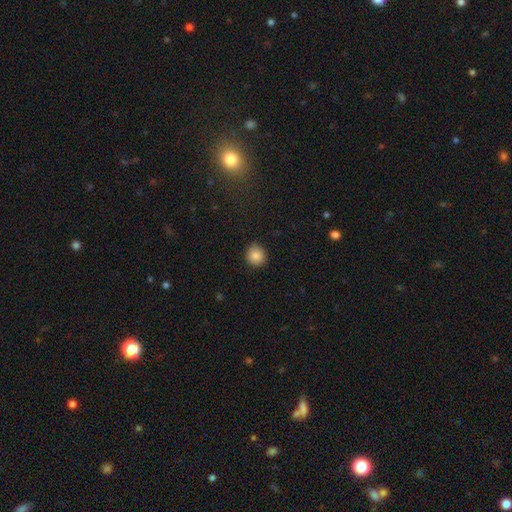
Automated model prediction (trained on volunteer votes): smooth_or_featured: smooth (p=0.86) [alt: star or artifact p=0.09]
how_rounded: round (p=0.87) [alt: in between p=0.12]
merging: none (p=0.87) [alt: minor disturbance p=0.10]